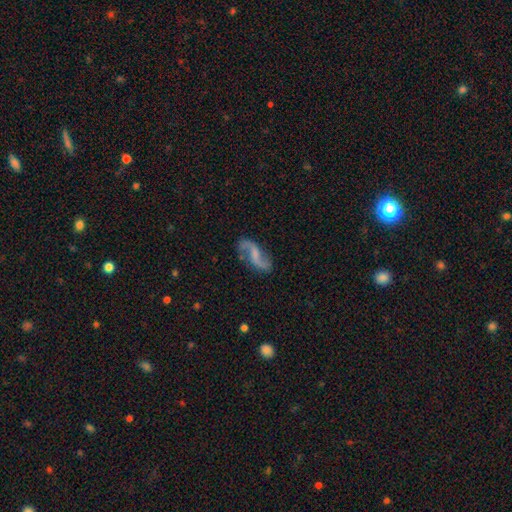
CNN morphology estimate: This appears to be a featured or disk galaxy (84%) with a weak bar (45%), 2 (93%) loose (81%) spiral arms (95%) and no central bulge (50%). Merging: none (76%).